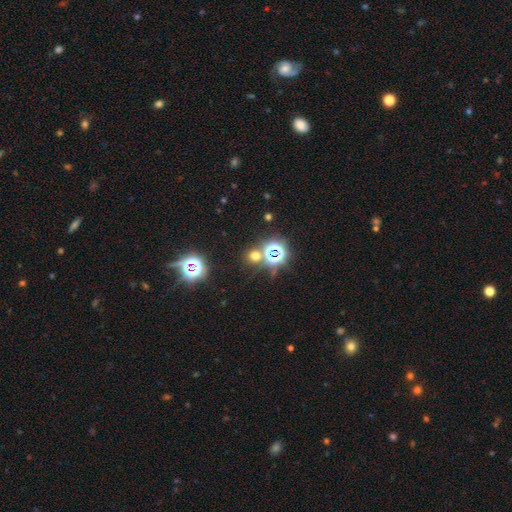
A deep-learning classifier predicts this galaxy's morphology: Smooth or featured: smooth — 48% (star or artifact — 45%)
Merging: none — 75% (merger — 12%)